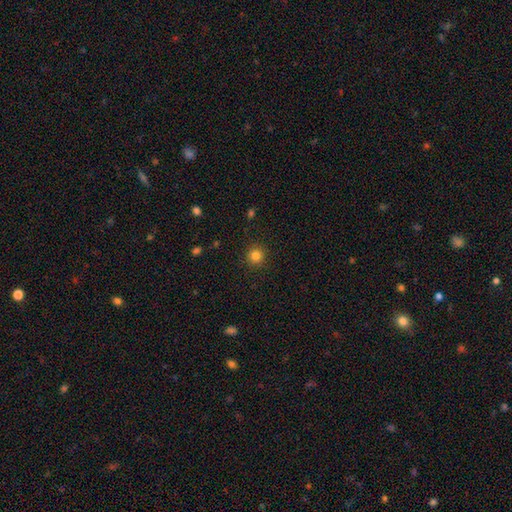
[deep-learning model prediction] This is clearly a smooth galaxy (83%). How rounded: clearly round (94%). Merging: clearly none (91%).